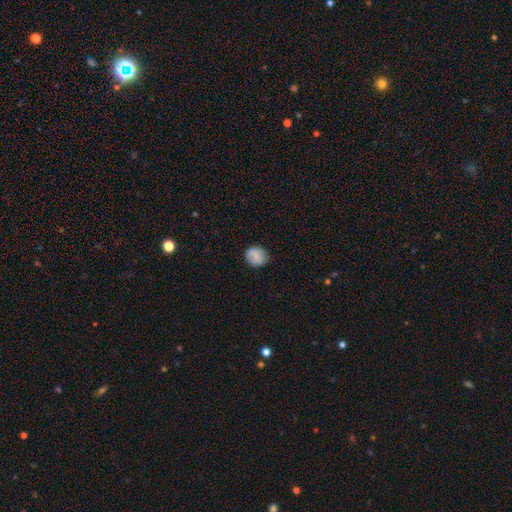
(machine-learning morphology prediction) Q: Smooth or featured?
A: smooth (71%); runner-up: featured or disk (21%)
Q: How rounded?
A: round (81%); runner-up: in between (18%)
Q: Merging?
A: none (86%); runner-up: minor disturbance (10%)